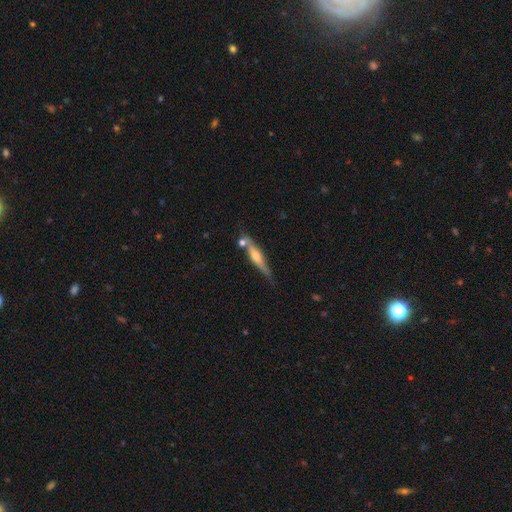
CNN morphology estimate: This appears to be a featured or disk galaxy (58%) viewed edge-on (92%) with a rounded central bulge (84%). Merging: none (65%).